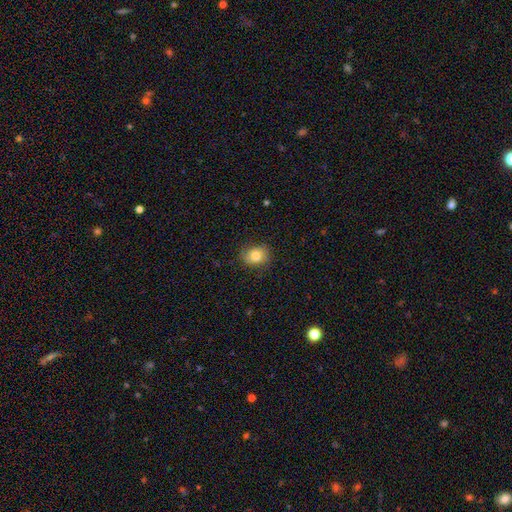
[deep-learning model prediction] A smooth galaxy with no disk features (82%) that is round (50%).

Vote fractions:
- Smooth or featured? smooth: 82% / star or artifact: 9% / featured or disk: 9%
- How rounded? round: 50% / in between: 49% / cigar-shaped: 1%
- Merging? none: 80% / minor disturbance: 16% / major disturbance: 3% / merger: 1%